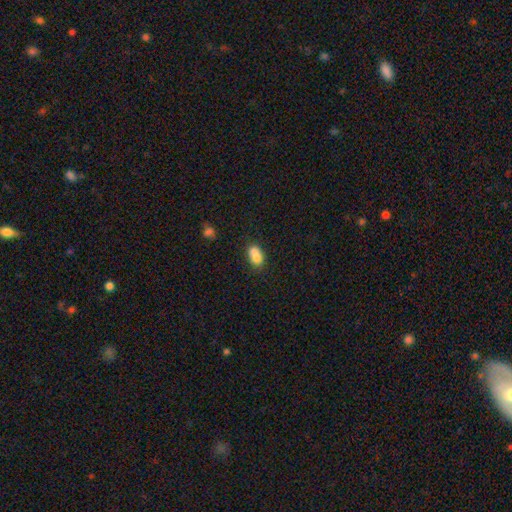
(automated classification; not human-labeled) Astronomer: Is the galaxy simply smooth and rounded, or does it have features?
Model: smooth — 75%.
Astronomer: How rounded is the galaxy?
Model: in between — 70%.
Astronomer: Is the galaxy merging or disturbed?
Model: merger — 53% (runner-up: none, 31%).